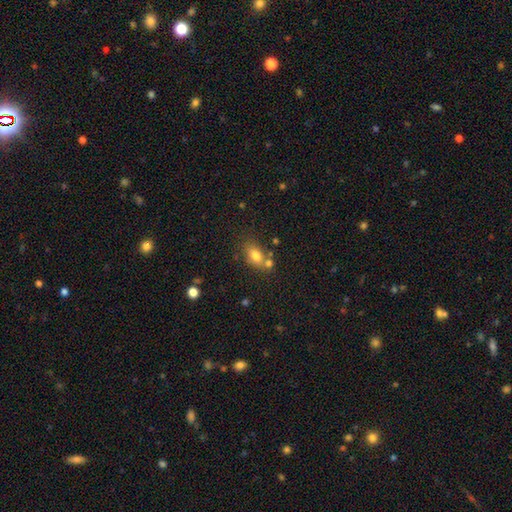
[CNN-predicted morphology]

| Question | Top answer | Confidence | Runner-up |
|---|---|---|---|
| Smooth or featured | smooth | 77% | featured or disk (12%) |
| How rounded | in between | 80% | round (17%) |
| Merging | none | 56% | merger (25%) |